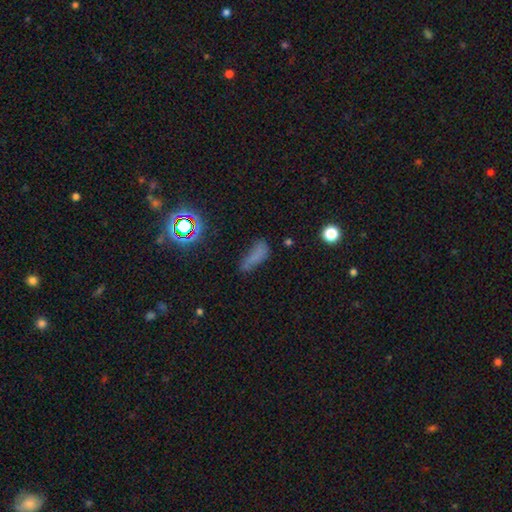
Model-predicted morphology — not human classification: The model was most divided on "how rounded": in between: 50%, cigar-shaped: 44%, round: 6%. Remaining: smooth or featured — smooth (59%); merging — none (46%).